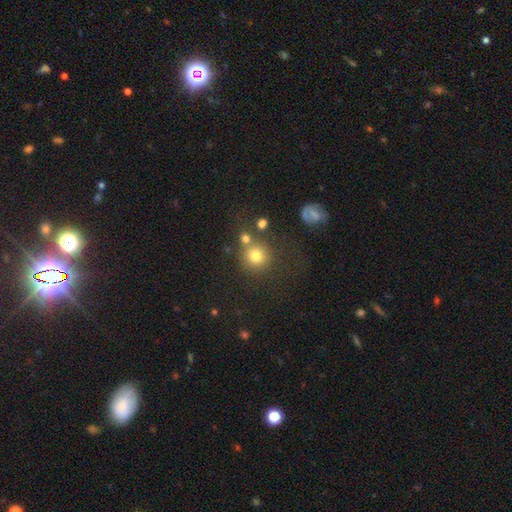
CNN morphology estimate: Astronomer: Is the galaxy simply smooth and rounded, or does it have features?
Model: smooth — 77%.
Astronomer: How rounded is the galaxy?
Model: round — 91%.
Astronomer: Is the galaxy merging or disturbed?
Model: none — 68%.